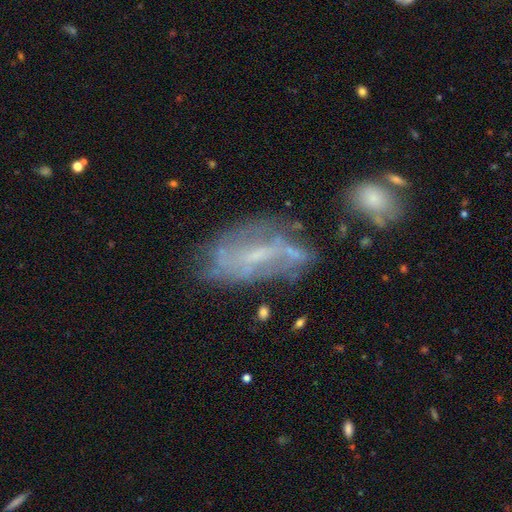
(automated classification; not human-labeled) featured or disk 69%, smooth 21%, star or artifact 10%. Down the decision tree: edge-on disk — no (93%); bar — weak (44%); spiral arms — yes (59%); bulge size — small (53%); merging — none (49%).